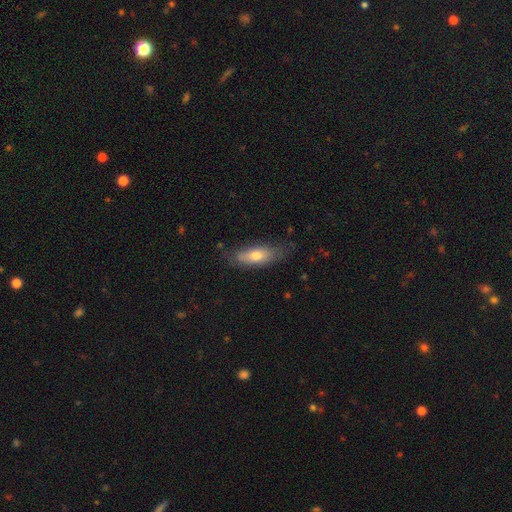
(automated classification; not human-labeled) The model was most divided on "smooth or featured": smooth: 67%, featured or disk: 26%, star or artifact: 6%. More confident: merging — none (72%); how rounded — in between (69%).